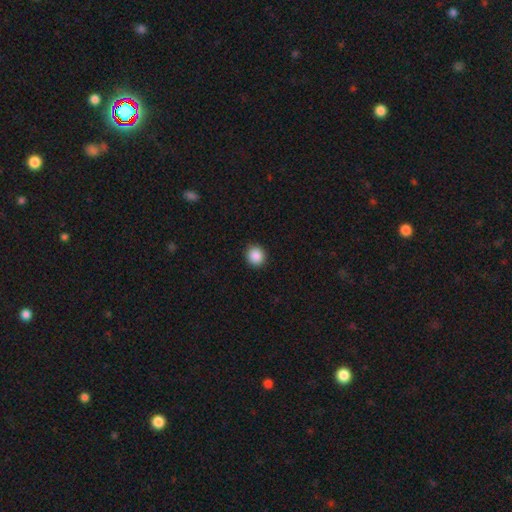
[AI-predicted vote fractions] This is clearly a smooth galaxy (88%). How rounded: clearly round (89%). Merging: clearly none (91%).